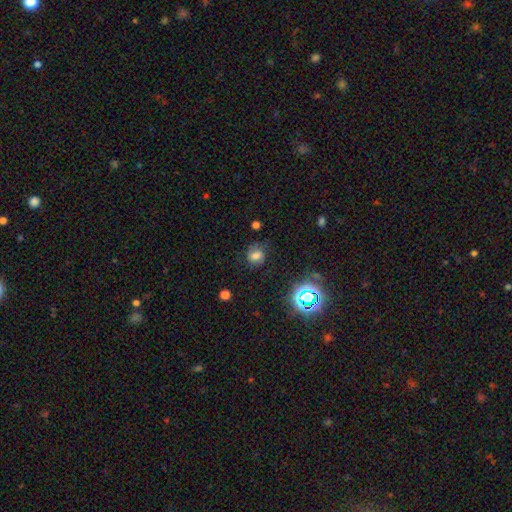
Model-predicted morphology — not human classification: This appears to be a smooth galaxy with no disk features (61%) that is round (67%). Merging: none (68%).